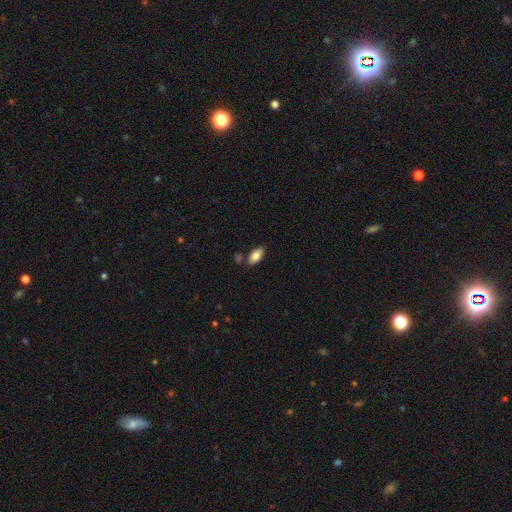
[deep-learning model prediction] Smooth or featured: smooth — 84% (featured or disk — 10%)
How rounded: in between — 91% (cigar-shaped — 7%)
Merging: none — 77% (minor disturbance — 12%)